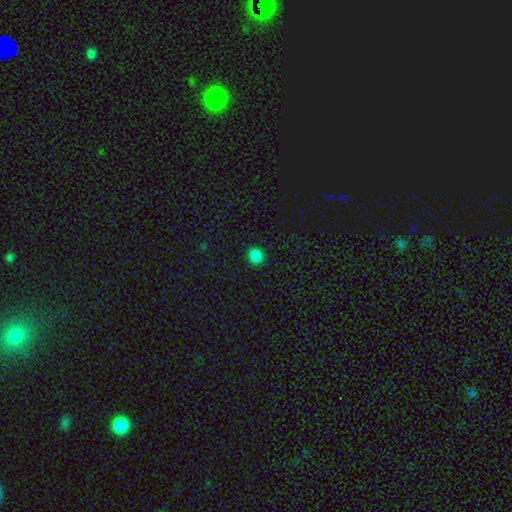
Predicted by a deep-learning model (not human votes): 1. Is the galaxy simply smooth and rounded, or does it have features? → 85% smooth, 12% star or artifact, 3% featured or disk.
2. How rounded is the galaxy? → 86% round, 13% in between, 1% cigar-shaped.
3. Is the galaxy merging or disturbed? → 90% none, 7% minor disturbance, 2% major disturbance, 1% merger.